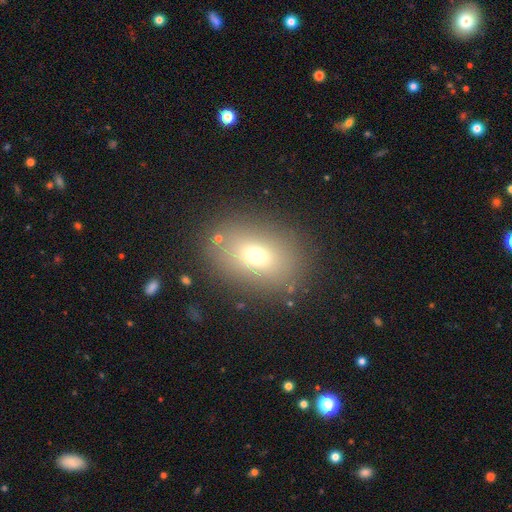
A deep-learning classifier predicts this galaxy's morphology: The model was most divided on "how rounded": in between: 71%, round: 28%, cigar-shaped: 2%. More confident: merging — none (83%); smooth or featured — smooth (68%).